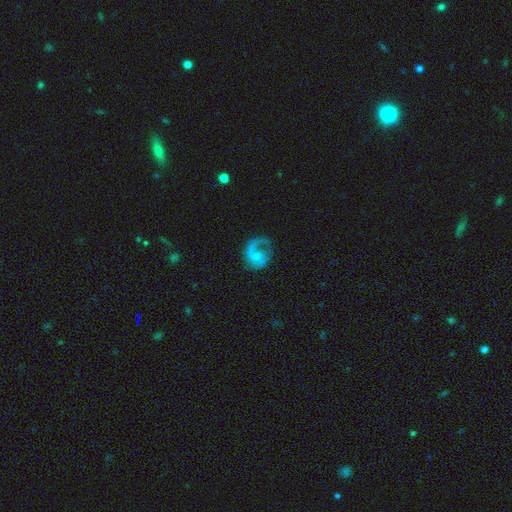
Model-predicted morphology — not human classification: Smooth or featured? Predicted: featured or disk (p=0.78). Edge-on disk? Predicted: no (p=0.98). Bar? Predicted: no (p=0.49). Spiral arms? Predicted: yes (p=0.92). Spiral winding? Predicted: medium (p=0.47). Spiral arm count? Predicted: 2 (p=0.48). Bulge size? Predicted: small (p=0.49). Merging? Predicted: none (p=0.55).